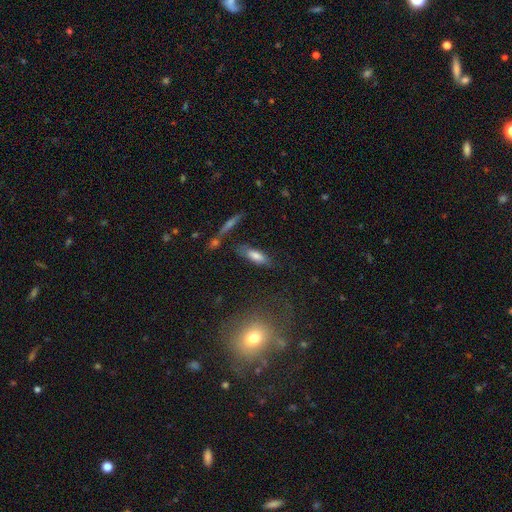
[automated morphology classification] A smooth galaxy with no disk features (74%) that is in between round and cigar-shaped (59%). Merging: none (69%).